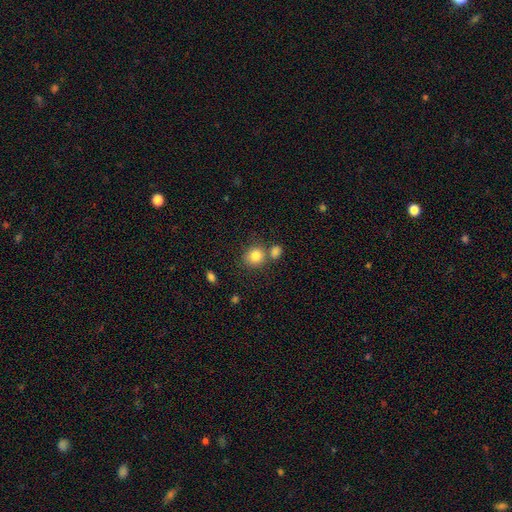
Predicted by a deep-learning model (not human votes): Smooth or featured? Predicted: smooth (p=0.83). How rounded? Predicted: round (p=0.80). Merging? Predicted: none (p=0.63).